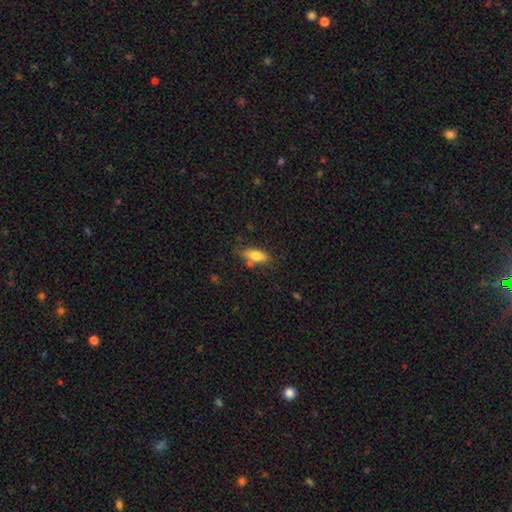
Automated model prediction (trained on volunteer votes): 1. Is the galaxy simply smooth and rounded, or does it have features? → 74% smooth, 19% featured or disk, 7% star or artifact.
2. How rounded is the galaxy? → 69% in between, 28% cigar-shaped, 3% round.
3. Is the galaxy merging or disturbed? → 67% none, 19% minor disturbance, 9% merger, 5% major disturbance.